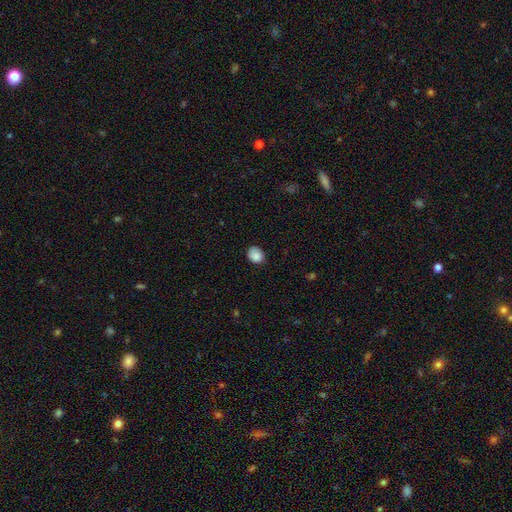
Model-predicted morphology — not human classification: smooth-or-featured: smooth: 86% | star or artifact: 9% | featured or disk: 5%
  how-rounded: round: 65% | in between: 34% | cigar-shaped: 1%
  merging: none: 76% | minor disturbance: 20% | major disturbance: 4% | merger: 1%